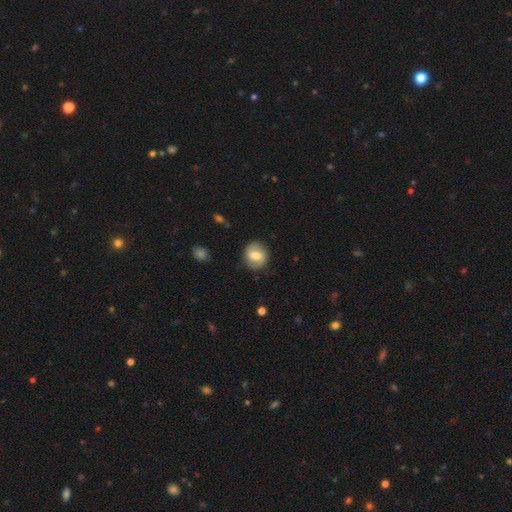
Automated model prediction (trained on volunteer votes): smooth_or_featured: smooth (p=0.58) [alt: featured or disk p=0.34]
how_rounded: round (p=0.76) [alt: in between p=0.23]
merging: none (p=0.83) [alt: minor disturbance p=0.12]